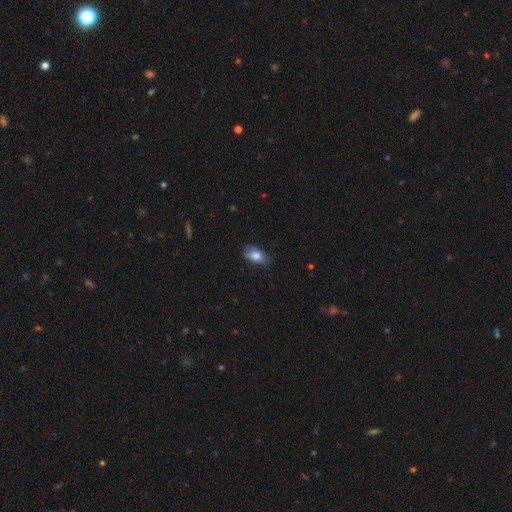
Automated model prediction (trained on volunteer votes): The model was most divided on "merging": none: 62%, minor disturbance: 30%, major disturbance: 7%, merger: 2%. More confident: how rounded — in between (88%); smooth or featured — smooth (77%).